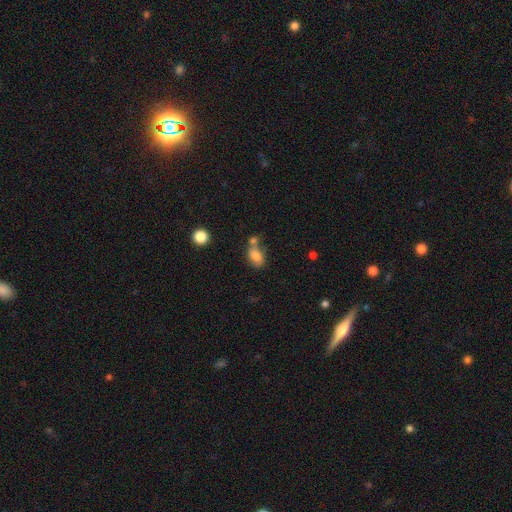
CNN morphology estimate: Smooth or featured: smooth — 80% (featured or disk — 10%)
How rounded: in between — 83% (round — 15%)
Merging: none — 45% (merger — 35%)